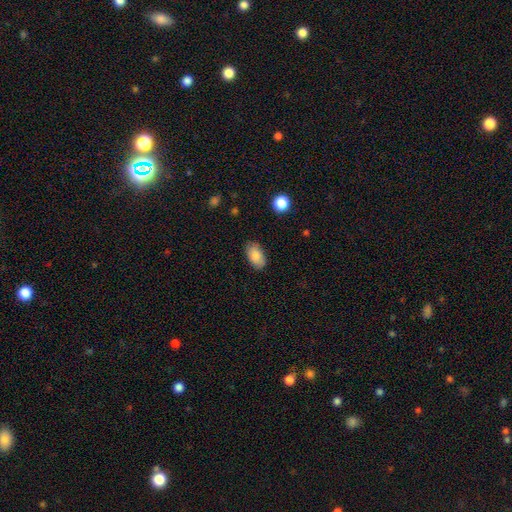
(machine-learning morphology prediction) Q: Smooth or featured?
A: smooth (86%); runner-up: featured or disk (7%)
Q: How rounded?
A: in between (94%); runner-up: round (4%)
Q: Merging?
A: none (83%); runner-up: minor disturbance (13%)